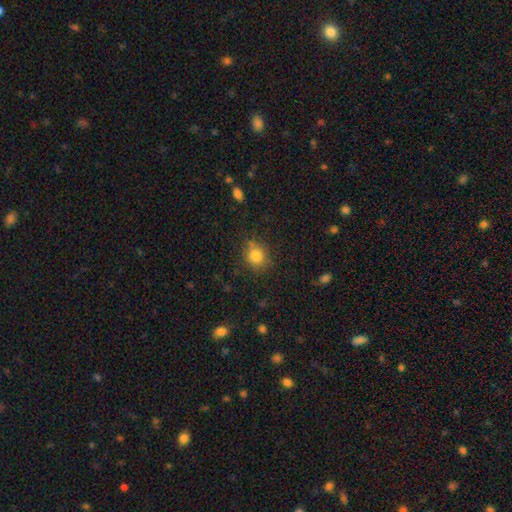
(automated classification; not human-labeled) Q: Smooth or featured?
A: smooth (82%); runner-up: star or artifact (11%)
Q: How rounded?
A: round (79%); runner-up: in between (20%)
Q: Merging?
A: none (77%); runner-up: minor disturbance (15%)